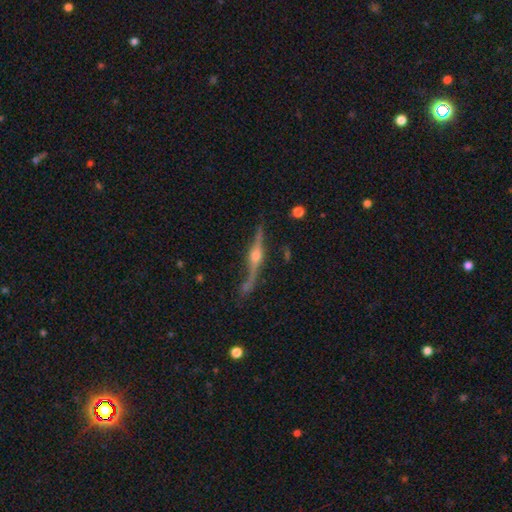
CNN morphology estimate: Smooth or featured?
  - featured or disk: 87% *
  - smooth: 7%
  - star or artifact: 6%
Edge-on disk?
  - yes: 97% *
  - no: 3%
Edge-on bulge?
  - rounded: 94% *
  - boxy: 3%
  - none: 2%
Merging?
  - none: 77% *
  - minor disturbance: 16%
  - major disturbance: 5%
  - merger: 3%